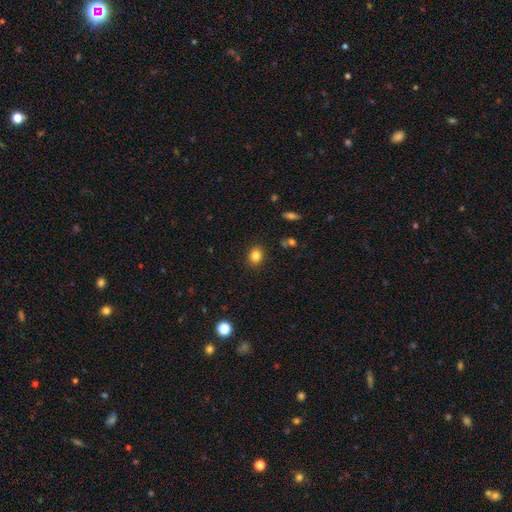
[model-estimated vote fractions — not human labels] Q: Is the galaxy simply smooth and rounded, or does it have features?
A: smooth — 83%.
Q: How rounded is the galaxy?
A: round — 53%.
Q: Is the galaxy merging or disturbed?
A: none — 88%.